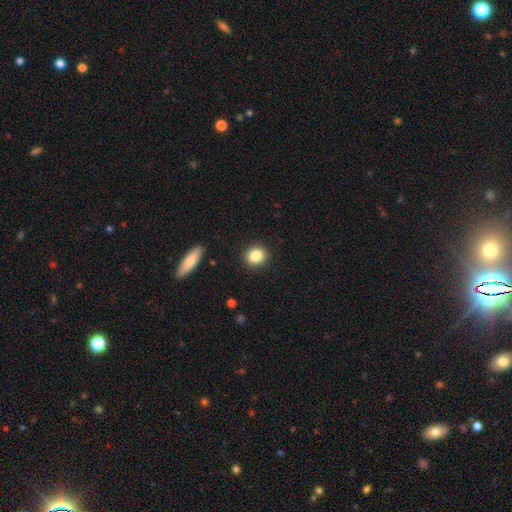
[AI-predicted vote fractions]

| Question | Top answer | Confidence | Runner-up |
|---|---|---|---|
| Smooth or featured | smooth | 85% | star or artifact (9%) |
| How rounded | round | 81% | in between (18%) |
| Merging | none | 91% | minor disturbance (6%) |